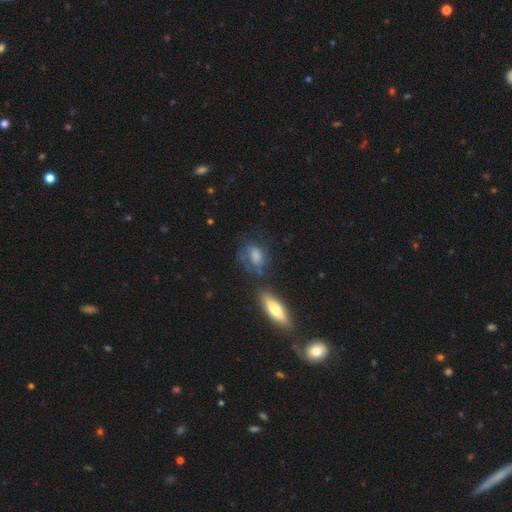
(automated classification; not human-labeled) This is possibly a smooth galaxy (53%). How rounded: likely in between (70%). Merging: possibly none (46%).